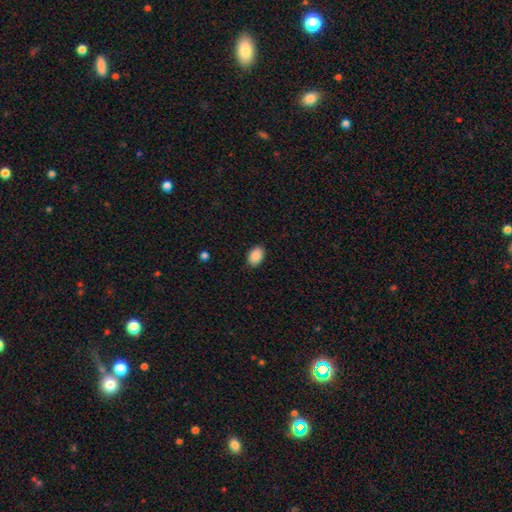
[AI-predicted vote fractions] Smooth or featured: smooth — 89% (star or artifact — 7%)
How rounded: in between — 86% (round — 13%)
Merging: none — 88% (minor disturbance — 9%)